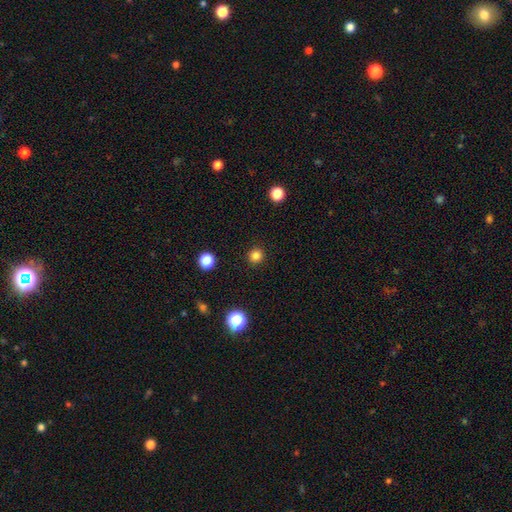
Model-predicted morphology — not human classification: smooth-or-featured: smooth: 83% | star or artifact: 14% | featured or disk: 3%
  how-rounded: round: 94% | in between: 5% | cigar-shaped: 1%
  merging: none: 92% | minor disturbance: 5% | major disturbance: 2% | merger: 1%